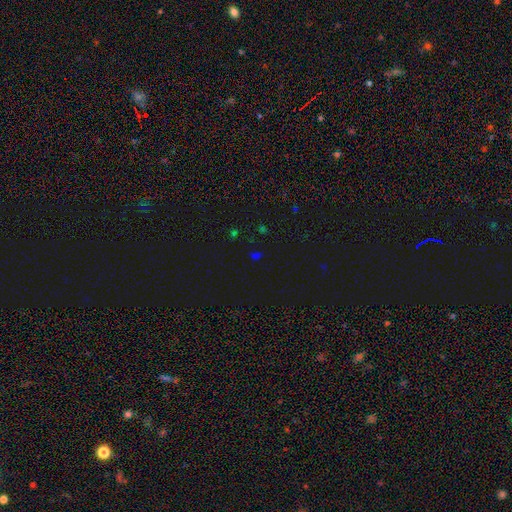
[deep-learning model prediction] Smooth or featured? star or artifact (57%)